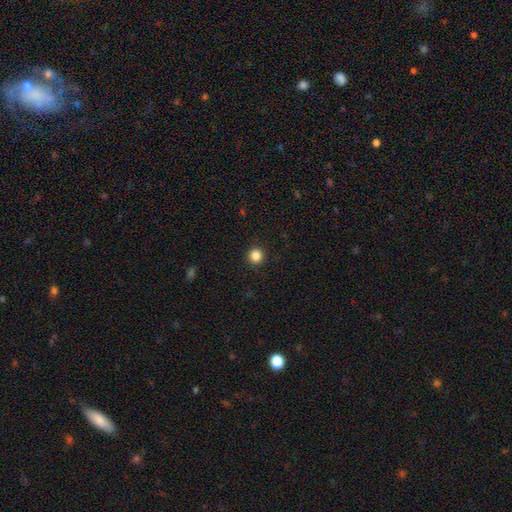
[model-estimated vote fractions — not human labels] A smooth galaxy with no disk features (85%) that is round (95%).

Vote fractions:
- Smooth or featured? smooth: 85% / star or artifact: 11% / featured or disk: 3%
- How rounded? round: 95% / in between: 5% / cigar-shaped: 1%
- Merging? none: 93% / minor disturbance: 4% / major disturbance: 2% / merger: 1%